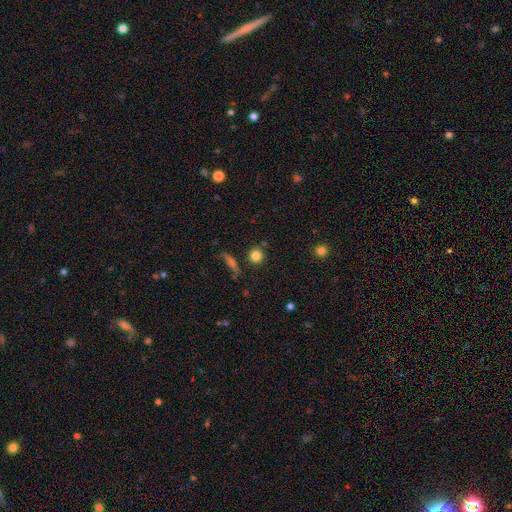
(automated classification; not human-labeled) smooth-or-featured: smooth: 81% | star or artifact: 12% | featured or disk: 7%
  how-rounded: round: 90% | in between: 8% | cigar-shaped: 2%
  merging: none: 83% | minor disturbance: 8% | merger: 6% | major disturbance: 3%